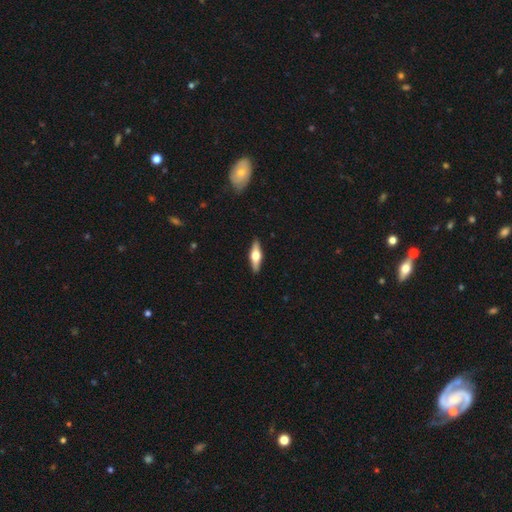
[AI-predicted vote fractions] featured or disk 58%, smooth 37%, star or artifact 5%. Down the decision tree: edge-on disk — yes (95%); edge-on bulge — rounded (94%); merging — none (91%).